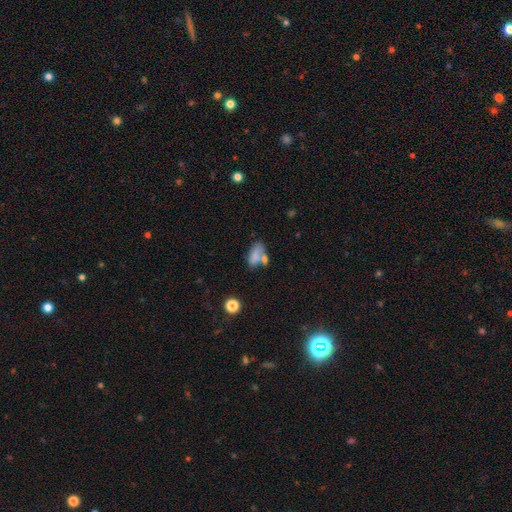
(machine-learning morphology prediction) The model was most divided on "merging": merger: 36%, none: 33%, minor disturbance: 18%, major disturbance: 12%. More confident: how rounded — in between (88%); smooth or featured — smooth (71%).